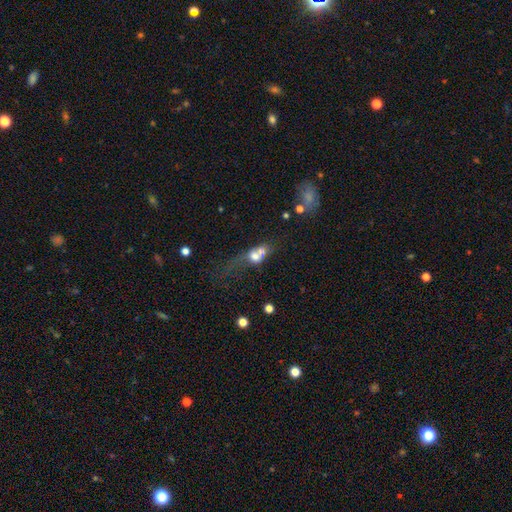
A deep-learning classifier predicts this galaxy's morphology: A smooth galaxy with no disk features (59%) that is round (51%).

Vote fractions:
- Smooth or featured? smooth: 59% / featured or disk: 26% / star or artifact: 14%
- How rounded? round: 51% / in between: 42% / cigar-shaped: 8%
- Merging? merger: 55% / none: 18% / major disturbance: 18% / minor disturbance: 10%